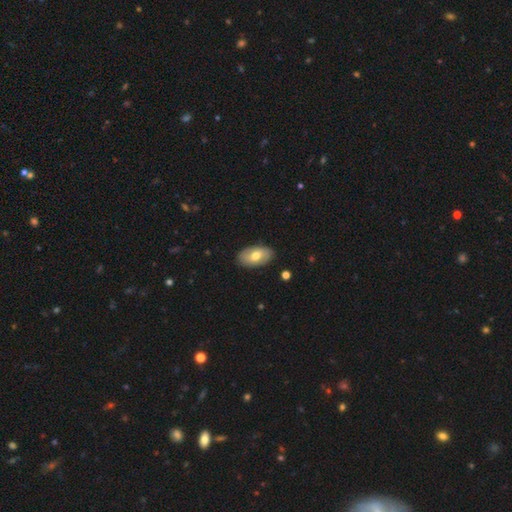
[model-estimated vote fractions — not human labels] Smooth or featured: smooth — 62% (featured or disk — 32%)
How rounded: in between — 94% (round — 4%)
Merging: none — 87% (minor disturbance — 10%)